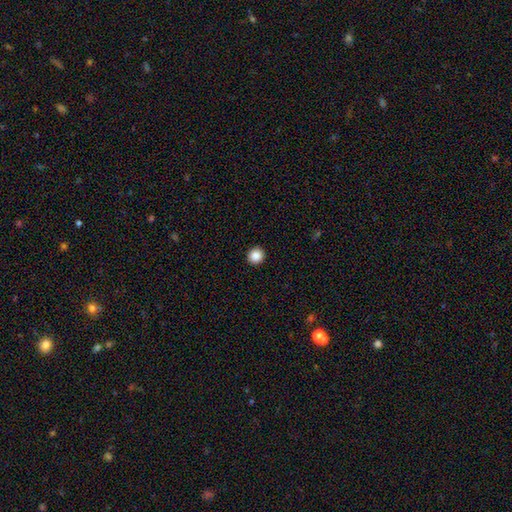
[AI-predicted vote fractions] Overall: smooth (88%). How rounded: round (94%). Merging: none (93%).